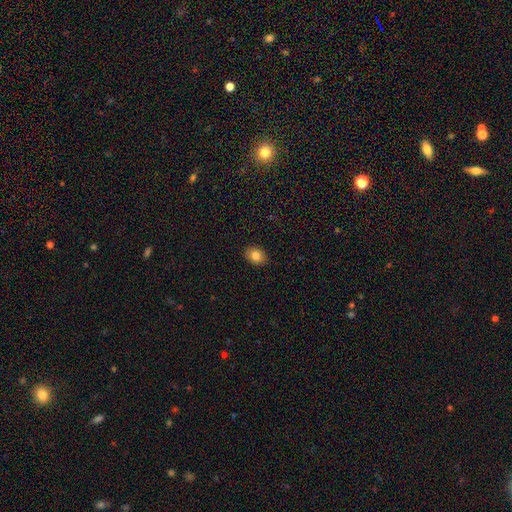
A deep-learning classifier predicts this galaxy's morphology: A smooth galaxy with no disk features (83%) that is in between round and cigar-shaped (69%).

Vote fractions:
- Smooth or featured? smooth: 83% / star or artifact: 9% / featured or disk: 8%
- How rounded? in between: 69% / round: 30% / cigar-shaped: 1%
- Merging? none: 89% / minor disturbance: 8% / major disturbance: 2% / merger: 1%